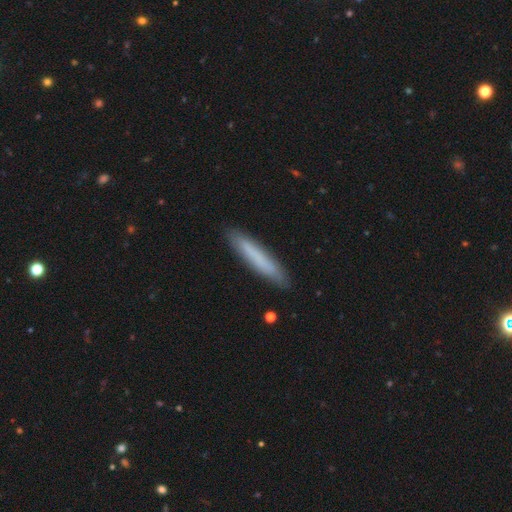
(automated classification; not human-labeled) A smooth galaxy with no disk features (72%) that is cigar-shaped (93%).

Vote fractions:
- Smooth or featured? smooth: 72% / featured or disk: 21% / star or artifact: 7%
- How rounded? cigar-shaped: 93% / in between: 6% / round: 1%
- Merging? none: 88% / minor disturbance: 9% / major disturbance: 2% / merger: 1%